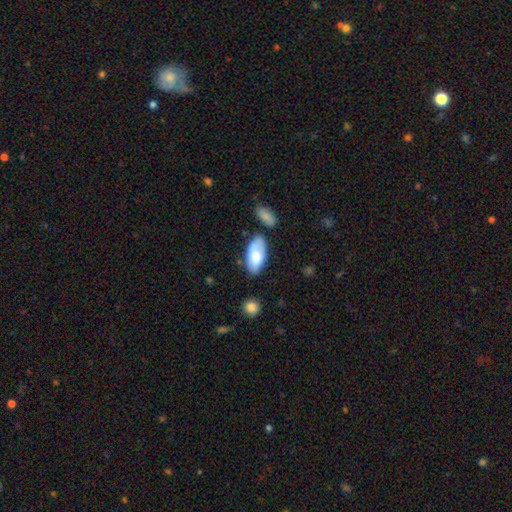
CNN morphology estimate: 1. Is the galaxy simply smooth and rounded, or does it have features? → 76% smooth, 18% featured or disk, 6% star or artifact.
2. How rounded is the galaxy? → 93% in between, 5% cigar-shaped, 2% round.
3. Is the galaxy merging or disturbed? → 65% none, 21% minor disturbance, 9% merger, 5% major disturbance.